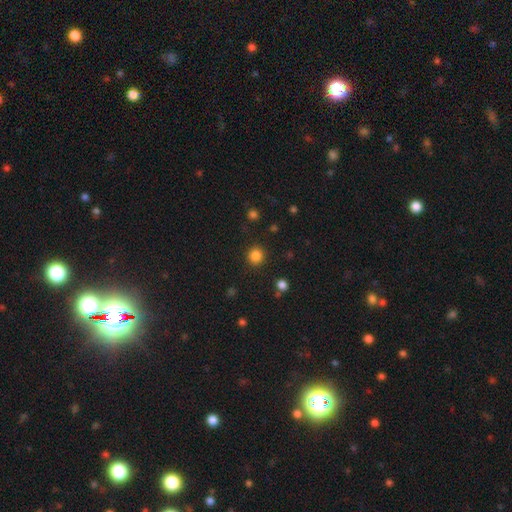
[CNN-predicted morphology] Smooth or featured: smooth — 84% (star or artifact — 12%)
How rounded: round — 91% (in between — 8%)
Merging: none — 90% (minor disturbance — 6%)